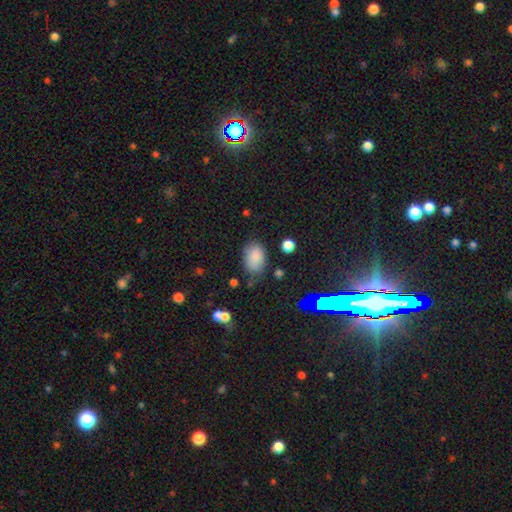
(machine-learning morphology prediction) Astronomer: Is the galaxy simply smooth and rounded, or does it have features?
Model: smooth — 83%.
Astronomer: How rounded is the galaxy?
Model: in between — 87%.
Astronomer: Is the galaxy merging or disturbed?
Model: none — 68%.